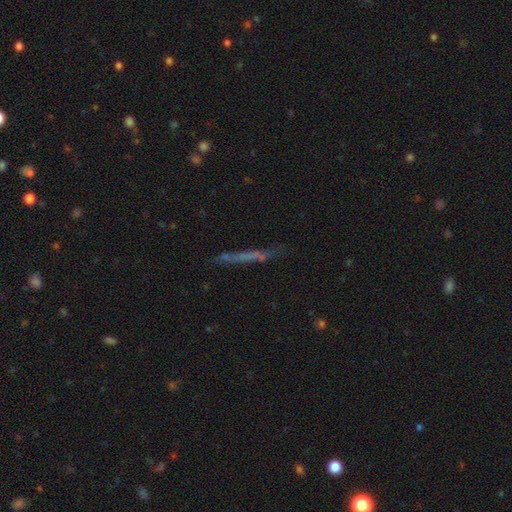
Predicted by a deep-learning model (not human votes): Smooth or featured: smooth — 47% (featured or disk — 41%)
Merging: none — 76% (minor disturbance — 16%)